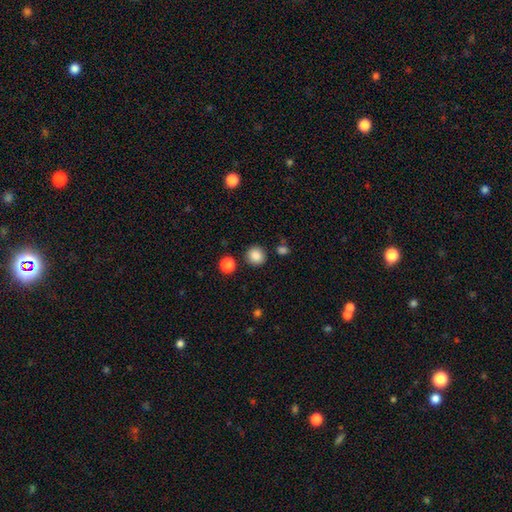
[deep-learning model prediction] Overall: smooth (87%). How rounded: round (91%). Merging: none (87%).